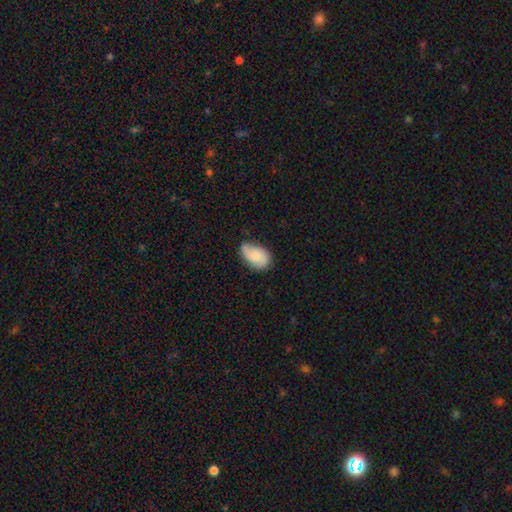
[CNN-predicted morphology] A smooth galaxy with no disk features (68%) that is in between round and cigar-shaped (90%). Merging: none (59%).